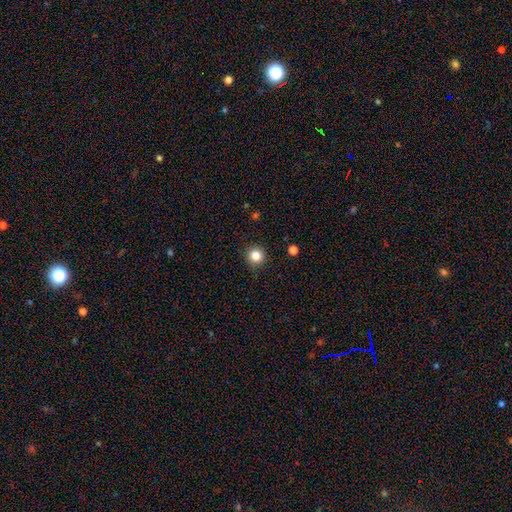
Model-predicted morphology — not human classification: smooth_or_featured: smooth (p=0.85) [alt: star or artifact p=0.11]
how_rounded: round (p=0.95) [alt: in between p=0.05]
merging: none (p=0.91) [alt: minor disturbance p=0.06]